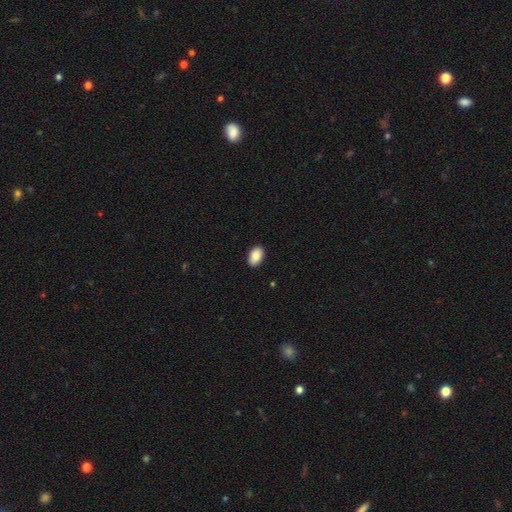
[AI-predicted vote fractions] smooth_or_featured: smooth (p=0.85) [alt: featured or disk p=0.08]
how_rounded: in between (p=0.91) [alt: round p=0.08]
merging: none (p=0.90) [alt: minor disturbance p=0.07]